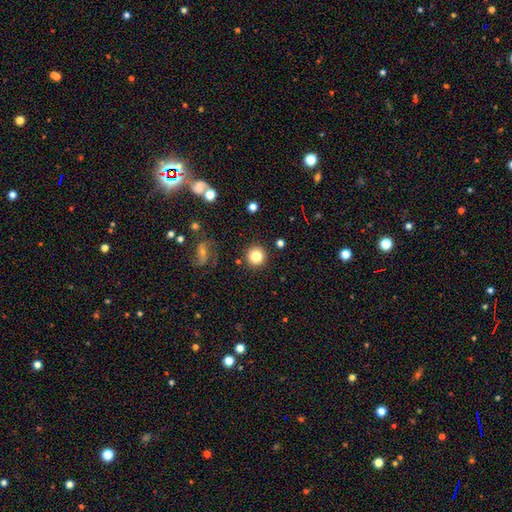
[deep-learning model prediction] The model was most divided on "smooth or featured": smooth: 81%, star or artifact: 11%, featured or disk: 8%. More confident: how rounded — round (94%); merging — none (89%).